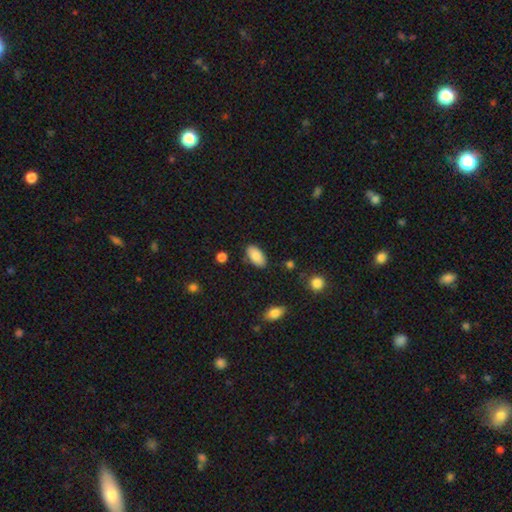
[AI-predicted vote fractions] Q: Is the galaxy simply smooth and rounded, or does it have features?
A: smooth — 87%.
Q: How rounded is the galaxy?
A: in between — 94%.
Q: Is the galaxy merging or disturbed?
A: none — 83%.